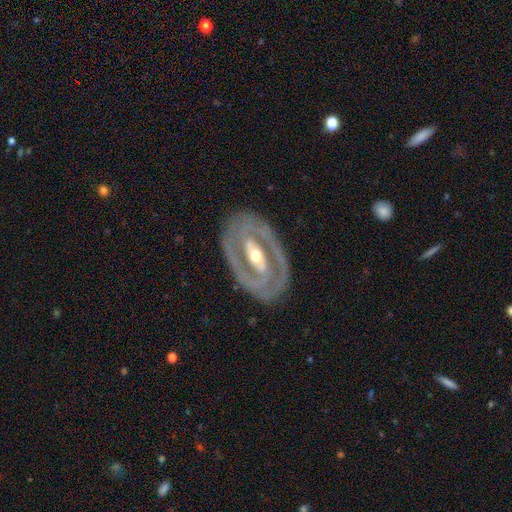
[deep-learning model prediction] Smooth or featured: featured or disk — 85% (smooth — 11%)
Edge-on disk: no — 93% (yes — 7%)
Bar: strong — 48% (weak — 28%)
Spiral arms: yes — 71% (no — 29%)
Spiral winding: tight — 62% (medium — 29%)
Spiral arm count: 2 — 78% (can't tell — 12%)
Bulge size: moderate — 64% (small — 28%)
Merging: none — 83% (minor disturbance — 11%)